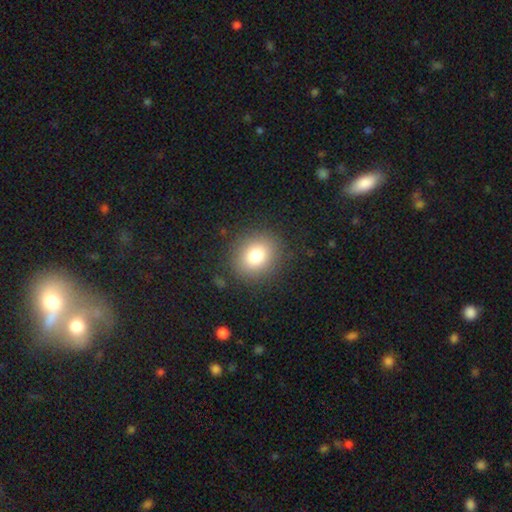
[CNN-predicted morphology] Smooth or featured?
  - smooth: 78% *
  - star or artifact: 12%
  - featured or disk: 10%
How rounded?
  - round: 78% *
  - in between: 21%
  - cigar-shaped: 1%
Merging?
  - none: 88% *
  - minor disturbance: 8%
  - major disturbance: 4%
  - merger: 1%